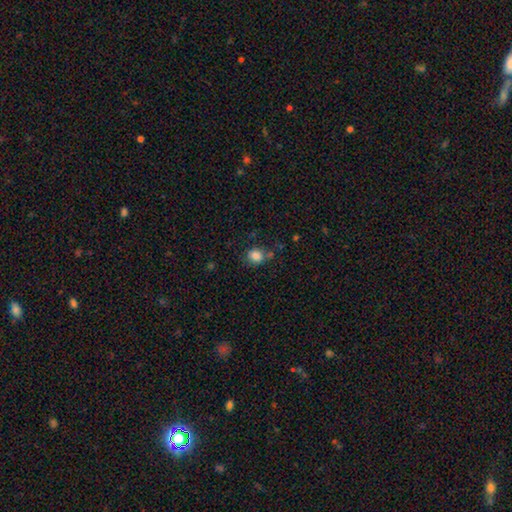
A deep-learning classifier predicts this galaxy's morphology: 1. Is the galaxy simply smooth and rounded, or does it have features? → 83% smooth, 11% star or artifact, 6% featured or disk.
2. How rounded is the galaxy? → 67% round, 33% in between, 1% cigar-shaped.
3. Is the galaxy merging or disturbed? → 65% none, 19% minor disturbance, 9% merger, 6% major disturbance.